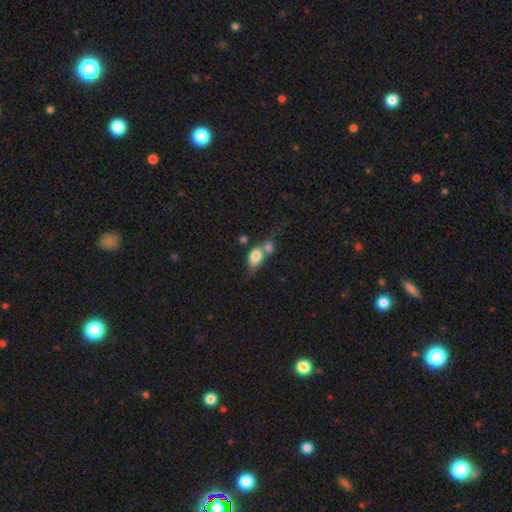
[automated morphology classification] smooth 79%, featured or disk 13%, star or artifact 8%. Down the decision tree: how rounded — in between (78%); merging — merger (61%).